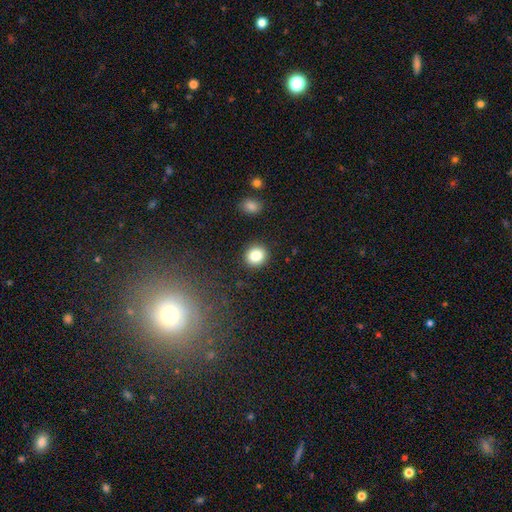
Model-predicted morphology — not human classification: The model was most divided on "smooth or featured": smooth: 83%, star or artifact: 10%, featured or disk: 6%. More confident: merging — none (91%); how rounded — round (86%).